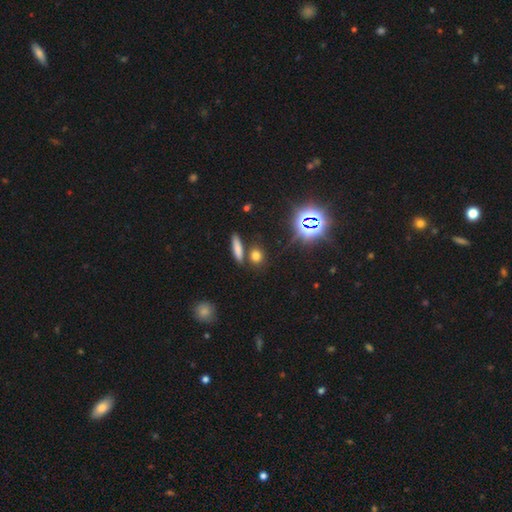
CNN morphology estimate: smooth_or_featured: smooth (p=0.69) [alt: star or artifact p=0.23]
how_rounded: round (p=0.42) [alt: cigar-shaped p=0.29]
merging: none (p=0.76) [alt: merger p=0.12]